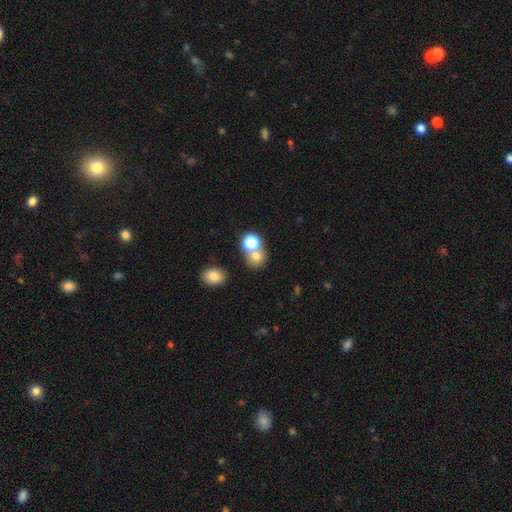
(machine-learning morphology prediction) The model was most divided on "merging": none: 48%, merger: 40%, minor disturbance: 8%, major disturbance: 4%. More confident: how rounded — round (74%); smooth or featured — smooth (73%).